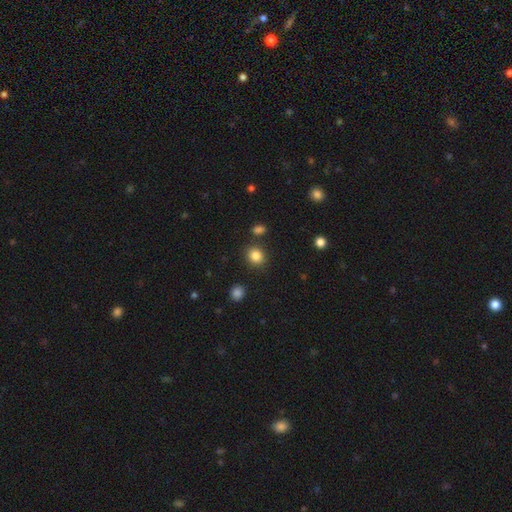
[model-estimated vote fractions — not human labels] smooth 85%, star or artifact 11%, featured or disk 5%. Down the decision tree: how rounded — round (76%); merging — none (84%).